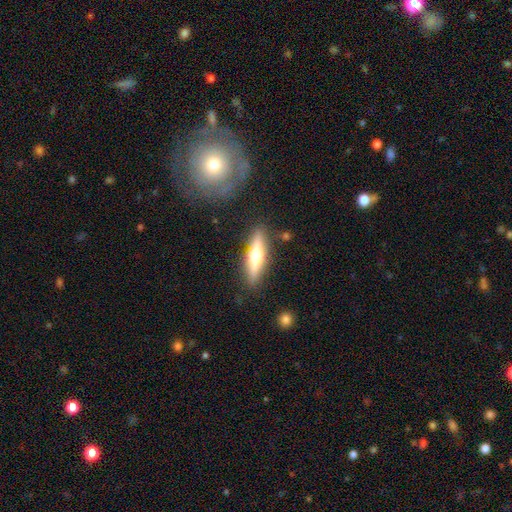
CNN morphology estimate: Smooth or featured? Predicted: featured or disk (p=0.53). Edge-on disk? Predicted: yes (p=0.93). Merging? Predicted: none (p=0.86).